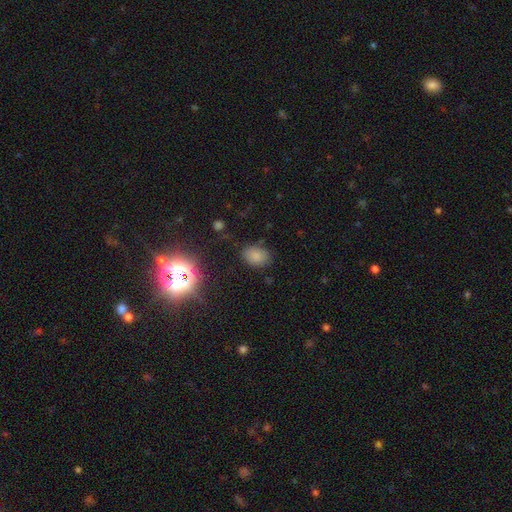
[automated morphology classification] Smooth or featured? Predicted: smooth (p=0.78). How rounded? Predicted: in between (p=0.76). Merging? Predicted: none (p=0.78).